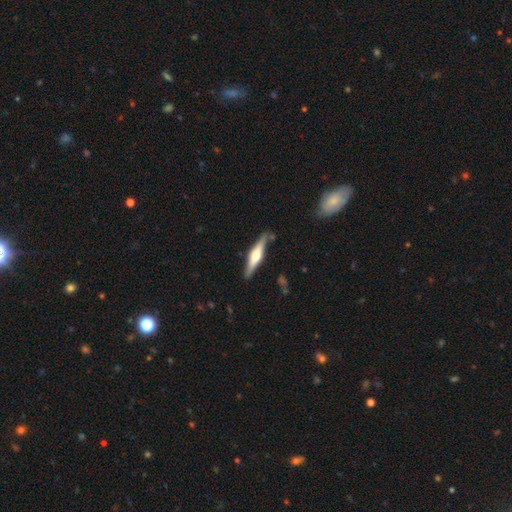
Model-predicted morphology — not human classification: Overall: featured or disk (61%; smooth 34%). Edge-on disk: yes (96%). Edge-on bulge: rounded (88%). Merging: none (82%).